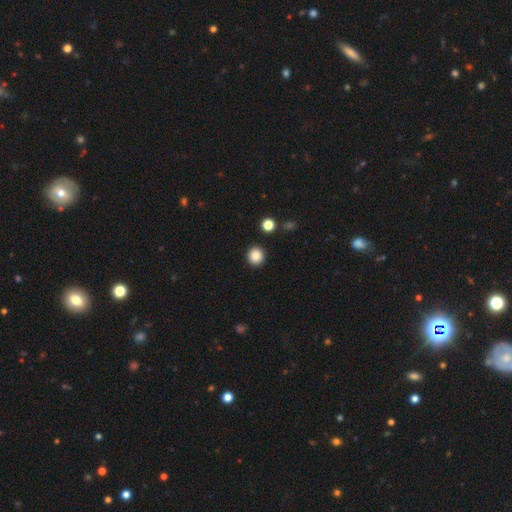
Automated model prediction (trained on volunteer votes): Smooth or featured?
  - smooth: 87% *
  - star or artifact: 10%
  - featured or disk: 4%
How rounded?
  - round: 93% *
  - in between: 6%
  - cigar-shaped: 1%
Merging?
  - none: 92% *
  - minor disturbance: 4%
  - major disturbance: 2%
  - merger: 2%